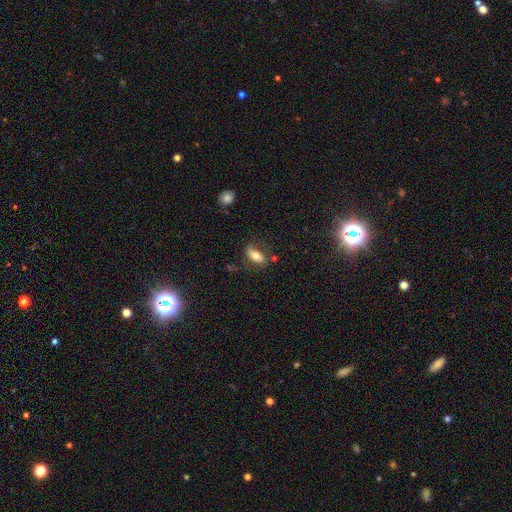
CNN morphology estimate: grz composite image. It shows a smooth galaxy with no disk features (57%) that is in between round and cigar-shaped (80%). Merging: none (59%).